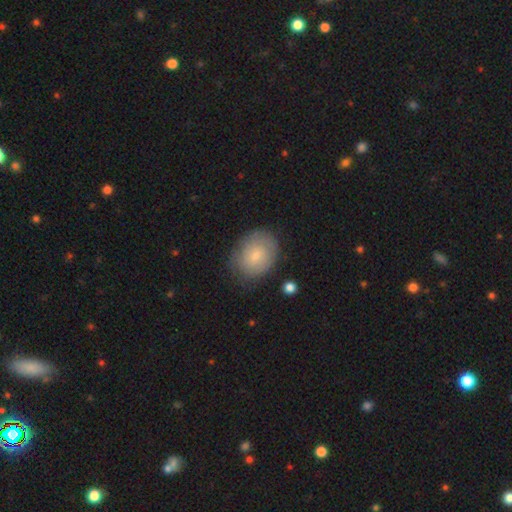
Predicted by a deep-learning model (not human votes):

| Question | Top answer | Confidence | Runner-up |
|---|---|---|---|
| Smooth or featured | smooth | 68% | featured or disk (24%) |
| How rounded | in between | 56% | round (43%) |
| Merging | none | 74% | minor disturbance (19%) |